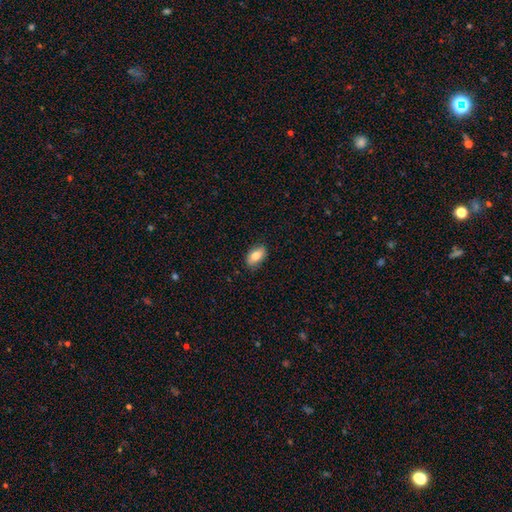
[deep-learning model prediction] Overall: smooth (80%). How rounded: in between (90%). Merging: none (85%).